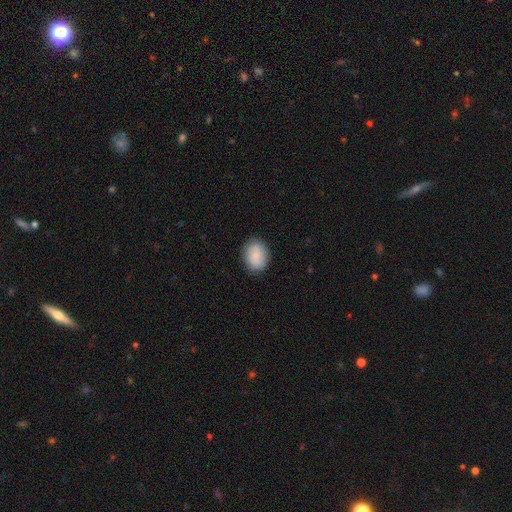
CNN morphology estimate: Overall: smooth (82%). How rounded: in between (62%; round 37%). Merging: none (85%).